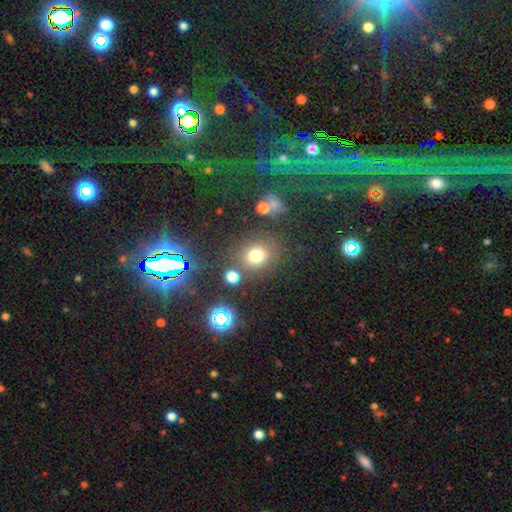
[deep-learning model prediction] This is likely a smooth galaxy (69%). How rounded: likely round (71%). Merging: likely none (72%).